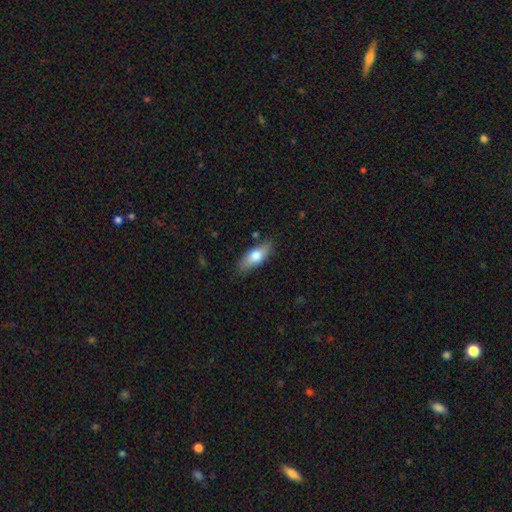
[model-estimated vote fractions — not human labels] Q: Smooth or featured?
A: smooth (72%); runner-up: featured or disk (21%)
Q: How rounded?
A: in between (74%); runner-up: cigar-shaped (23%)
Q: Merging?
A: none (81%); runner-up: minor disturbance (14%)